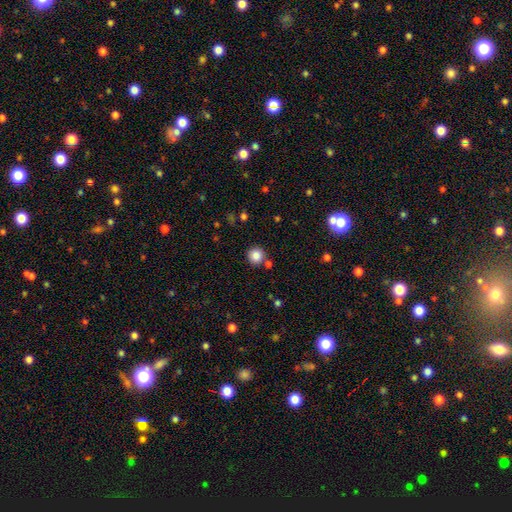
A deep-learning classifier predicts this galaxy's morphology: Q: Smooth or featured?
A: smooth (85%); runner-up: star or artifact (10%)
Q: How rounded?
A: round (94%); runner-up: in between (5%)
Q: Merging?
A: none (82%); runner-up: merger (8%)